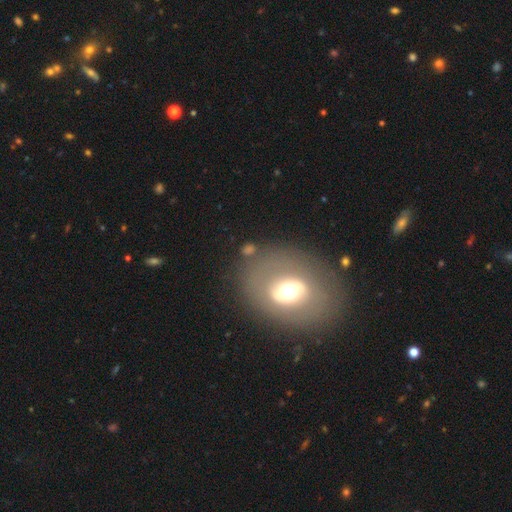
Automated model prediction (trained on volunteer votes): Smooth or featured?
  - smooth: 47% *
  - featured or disk: 43%
  - star or artifact: 11%
Merging?
  - none: 78% *
  - minor disturbance: 12%
  - major disturbance: 6%
  - merger: 3%